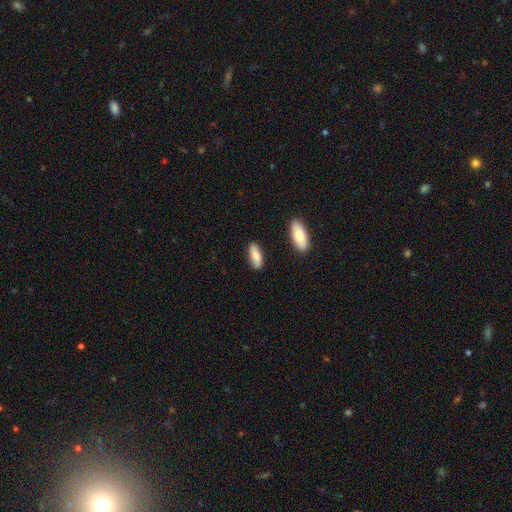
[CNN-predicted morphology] This appears to be a smooth galaxy with no disk features (79%) that is in between round and cigar-shaped (72%). Merging: none (84%).